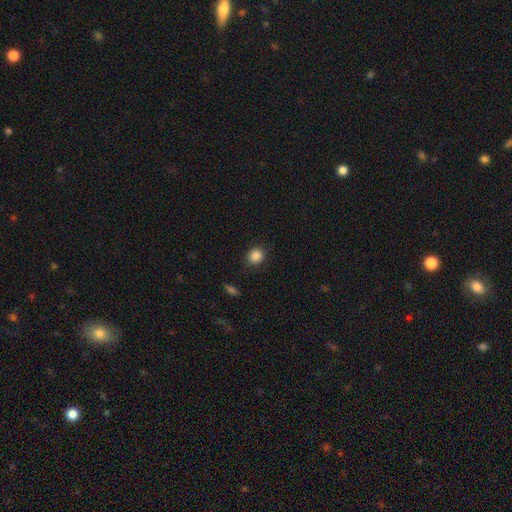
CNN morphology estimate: smooth 87%, star or artifact 10%, featured or disk 4%. Down the decision tree: how rounded — round (78%); merging — none (87%).